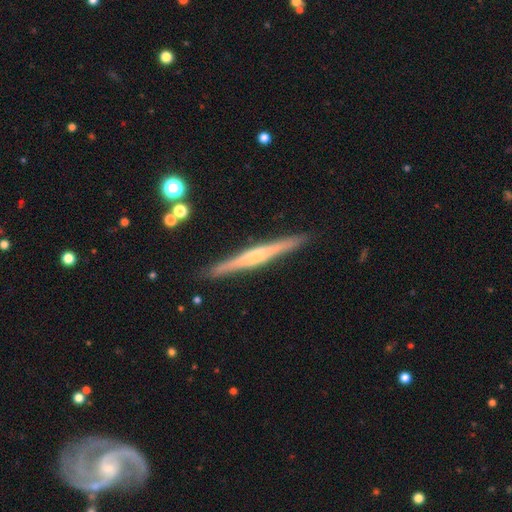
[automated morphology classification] This is likely a featured or disk galaxy (70%). It is clearly viewed edge-on (98%). Edge-on bulge: possibly rounded (57%). Merging: clearly none (90%).